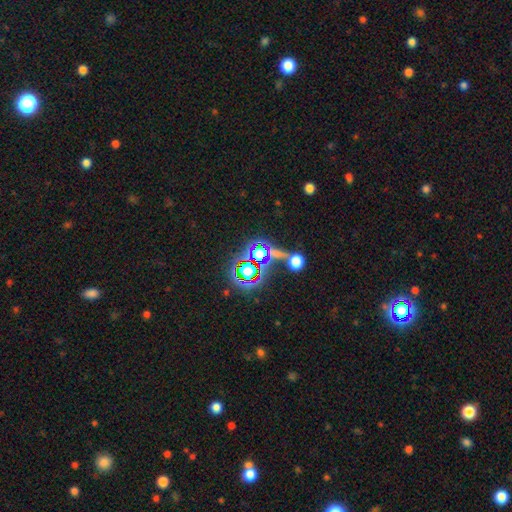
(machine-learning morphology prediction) Smooth or featured? star or artifact (70%)